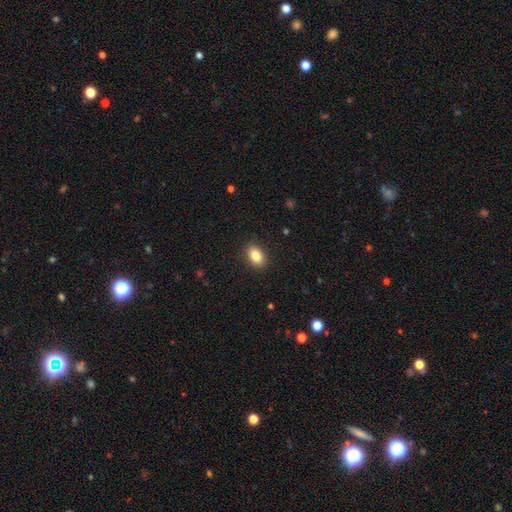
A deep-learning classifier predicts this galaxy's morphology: Smooth or featured? Predicted: smooth (p=0.85). How rounded? Predicted: in between (p=0.88). Merging? Predicted: none (p=0.89).